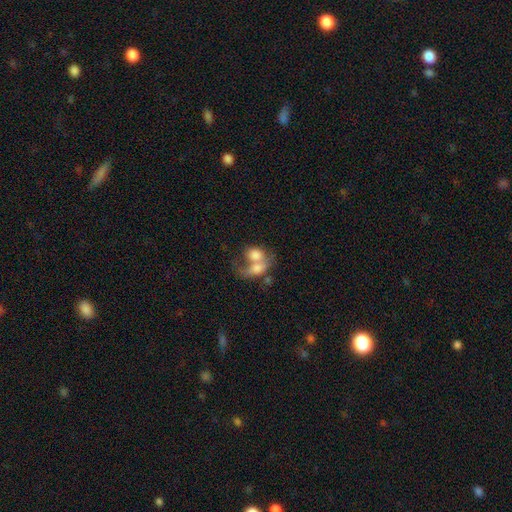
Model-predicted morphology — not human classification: A smooth galaxy with no disk features (68%) that is in between round and cigar-shaped (67%). Merging: merger (71%).